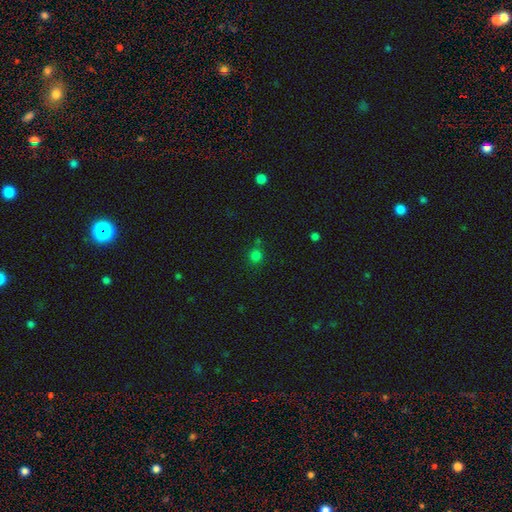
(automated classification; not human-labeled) Smooth or featured? Predicted: smooth (p=0.75). How rounded? Predicted: round (p=0.91). Merging? Predicted: none (p=0.74).